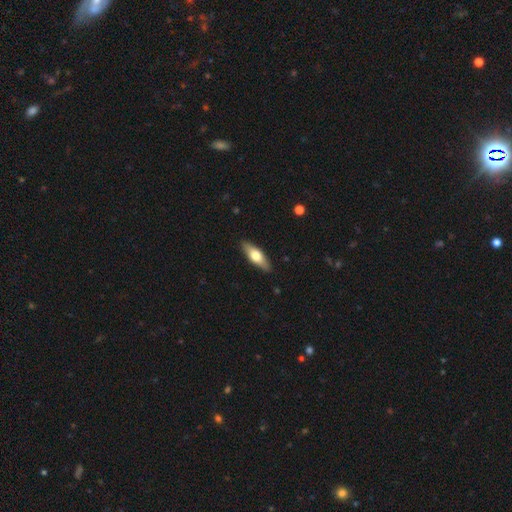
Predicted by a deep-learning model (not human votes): Q: Smooth or featured?
A: smooth (56%); runner-up: featured or disk (39%)
Q: How rounded?
A: in between (58%); runner-up: cigar-shaped (39%)
Q: Merging?
A: none (88%); runner-up: minor disturbance (9%)